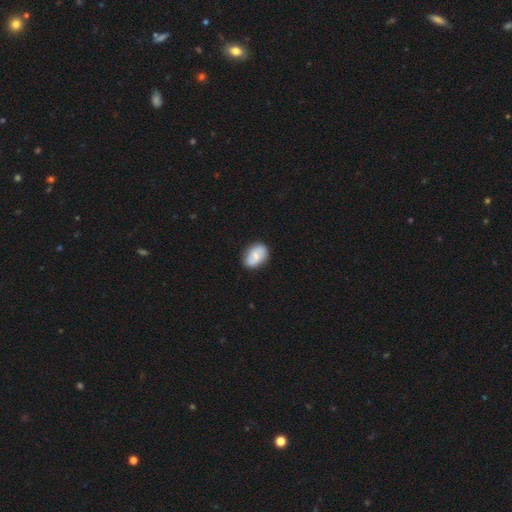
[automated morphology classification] Smooth or featured?
  - smooth: 56% *
  - featured or disk: 37%
  - star or artifact: 7%
How rounded?
  - in between: 79% *
  - round: 19%
  - cigar-shaped: 1%
Merging?
  - none: 81% *
  - minor disturbance: 14%
  - major disturbance: 3%
  - merger: 2%